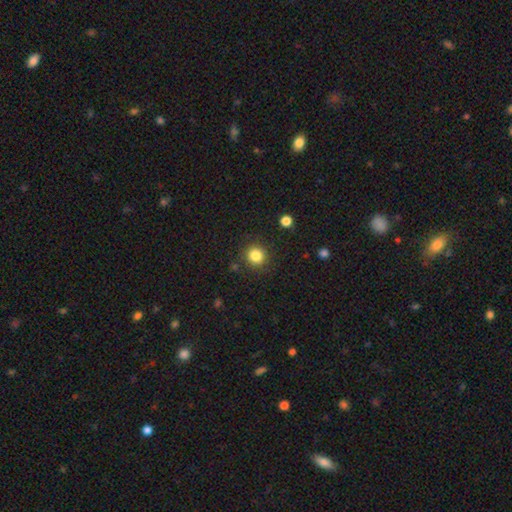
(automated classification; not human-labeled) Overall: smooth (84%). How rounded: round (93%). Merging: none (88%).